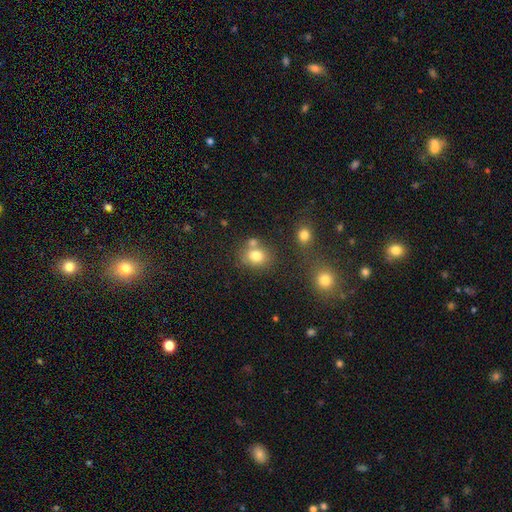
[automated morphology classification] smooth 79%, star or artifact 12%, featured or disk 9%. Down the decision tree: how rounded — round (66%); merging — none (60%).